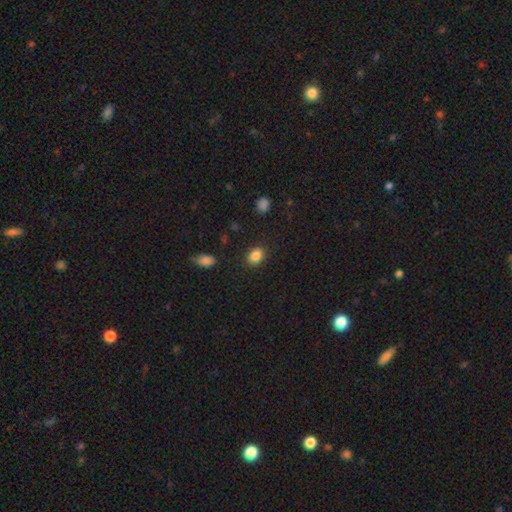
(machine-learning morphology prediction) smooth 86%, star or artifact 9%, featured or disk 5%. Down the decision tree: how rounded — in between (62%); merging — none (87%).